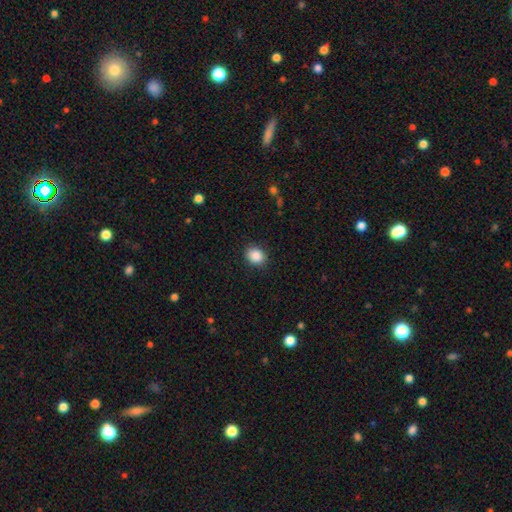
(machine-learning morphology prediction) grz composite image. It shows a smooth galaxy with no disk features (88%) that is round (59%). Merging: none (88%).